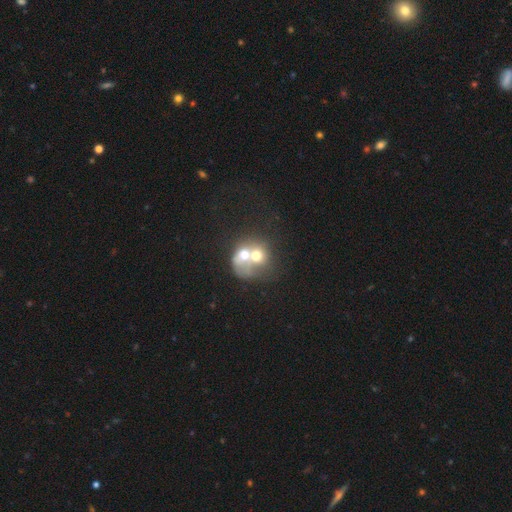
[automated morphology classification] This appears to be a smooth galaxy with no disk features (56%) that is round (65%). Merging: merger (79%).